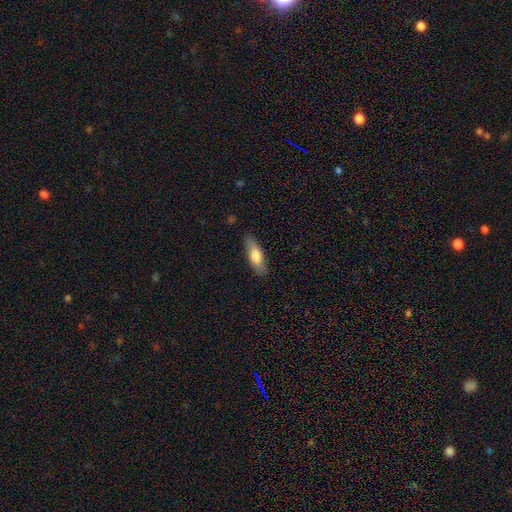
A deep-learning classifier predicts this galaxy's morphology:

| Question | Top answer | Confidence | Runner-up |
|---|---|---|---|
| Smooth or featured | smooth | 73% | featured or disk (21%) |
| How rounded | in between | 57% | cigar-shaped (41%) |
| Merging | none | 84% | minor disturbance (13%) |